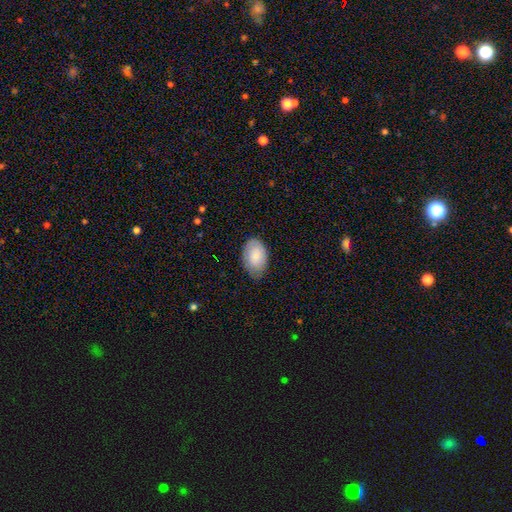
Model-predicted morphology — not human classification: type=smooth (83%); roundness=in between (93%); merging=none (72%).